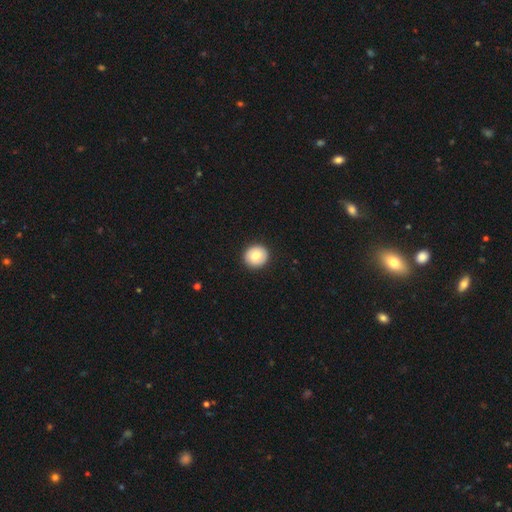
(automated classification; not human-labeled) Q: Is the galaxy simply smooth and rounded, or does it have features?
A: smooth — 75%.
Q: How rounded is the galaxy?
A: round — 89%.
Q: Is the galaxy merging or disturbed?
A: none — 92%.